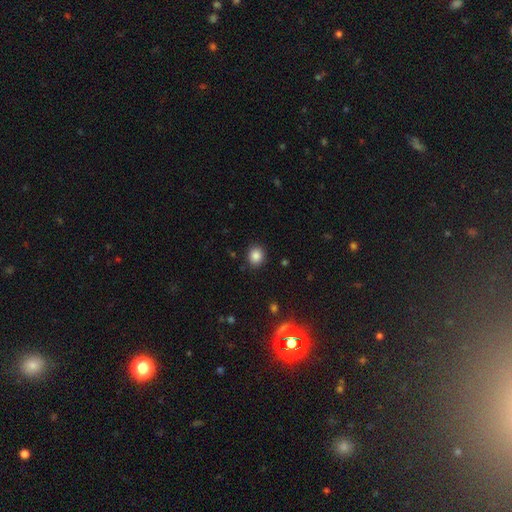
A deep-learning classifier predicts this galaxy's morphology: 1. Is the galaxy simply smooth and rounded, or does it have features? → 86% smooth, 10% star or artifact, 4% featured or disk.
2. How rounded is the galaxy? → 72% round, 27% in between, 1% cigar-shaped.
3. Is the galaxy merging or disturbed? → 89% none, 7% minor disturbance, 2% major disturbance, 1% merger.